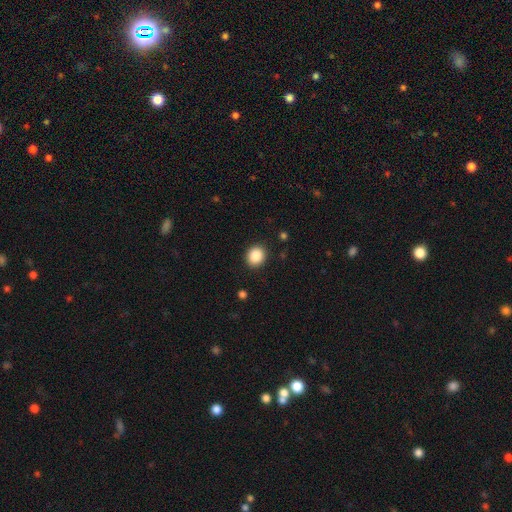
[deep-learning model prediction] smooth 88%, star or artifact 9%, featured or disk 4%. Down the decision tree: how rounded — round (76%); merging — none (90%).